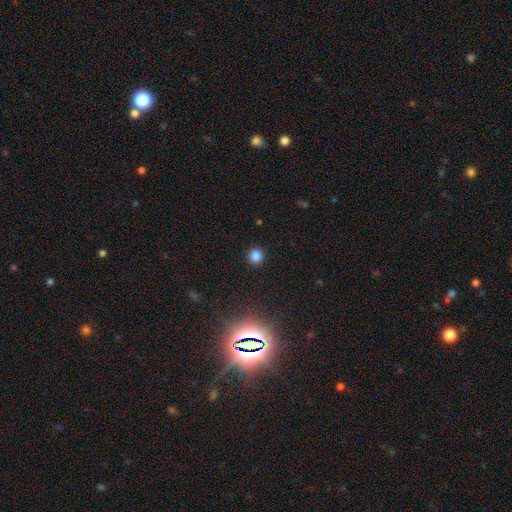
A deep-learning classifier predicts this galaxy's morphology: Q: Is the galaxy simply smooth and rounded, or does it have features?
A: smooth — 83%.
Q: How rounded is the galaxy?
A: round — 92%.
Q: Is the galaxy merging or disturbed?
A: none — 91%.